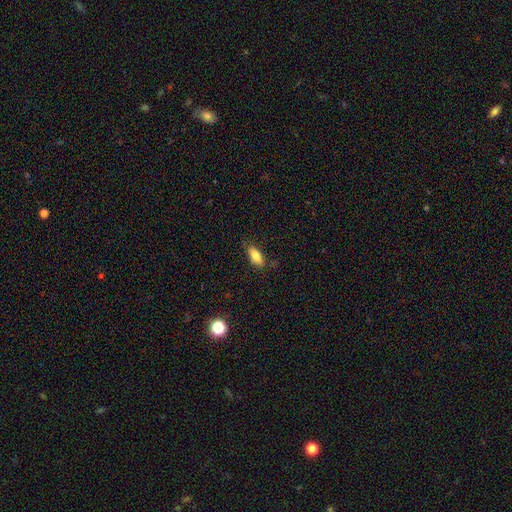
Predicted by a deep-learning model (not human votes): Morphology: type=smooth (79%); roundness=in between (72%); merging=none (80%).